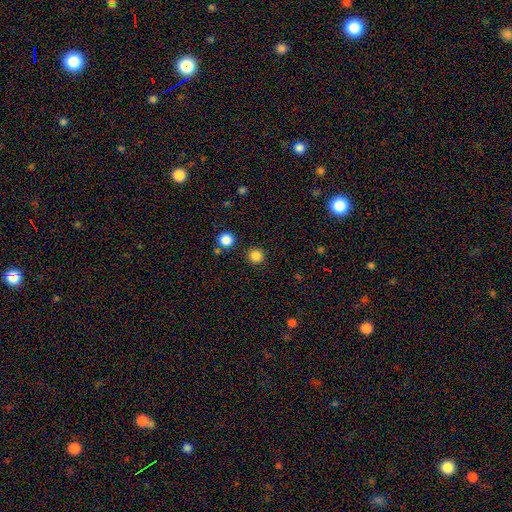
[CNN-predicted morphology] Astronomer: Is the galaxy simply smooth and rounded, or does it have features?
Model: smooth — 84%.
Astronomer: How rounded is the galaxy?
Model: round — 95%.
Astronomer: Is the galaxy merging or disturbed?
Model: none — 89%.